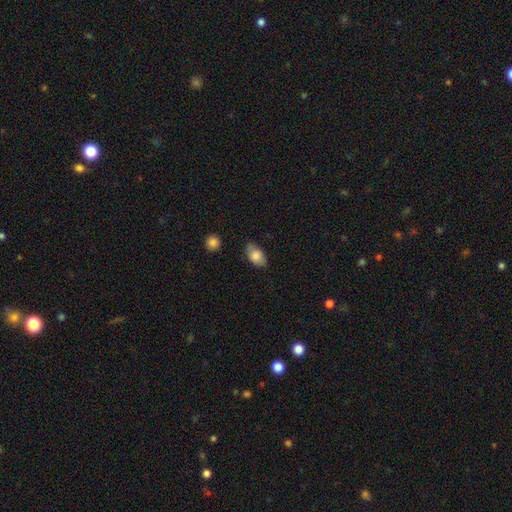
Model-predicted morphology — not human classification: This appears to be a smooth galaxy with no disk features (80%) that is in between round and cigar-shaped (90%). Merging: none (69%).